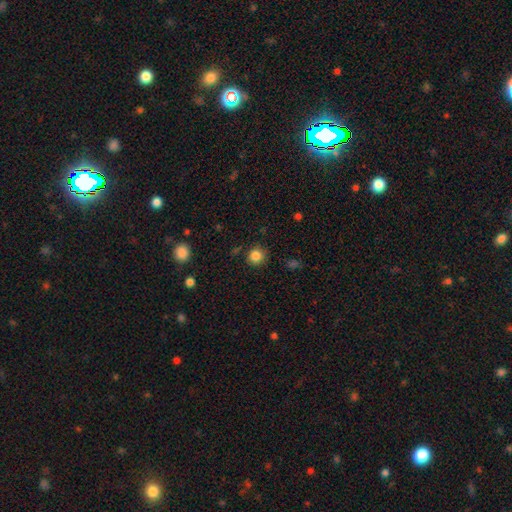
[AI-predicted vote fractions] A smooth galaxy with no disk features (84%) that is round (89%). Merging: none (87%).